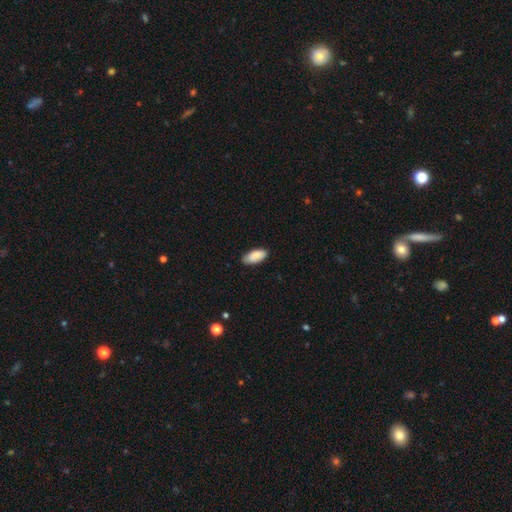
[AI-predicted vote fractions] Smooth or featured: smooth — 88% (star or artifact — 6%)
How rounded: in between — 89% (cigar-shaped — 10%)
Merging: none — 83% (minor disturbance — 14%)